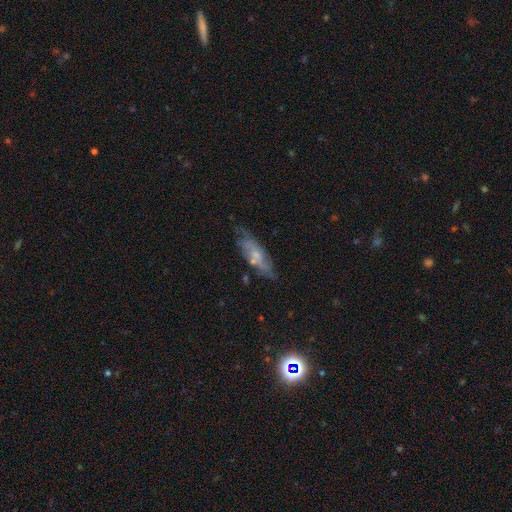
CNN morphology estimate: The model was most divided on "smooth or featured": featured or disk: 54%, smooth: 38%, star or artifact: 8%. More confident: edge-on disk — no (73%); merging — none (60%).